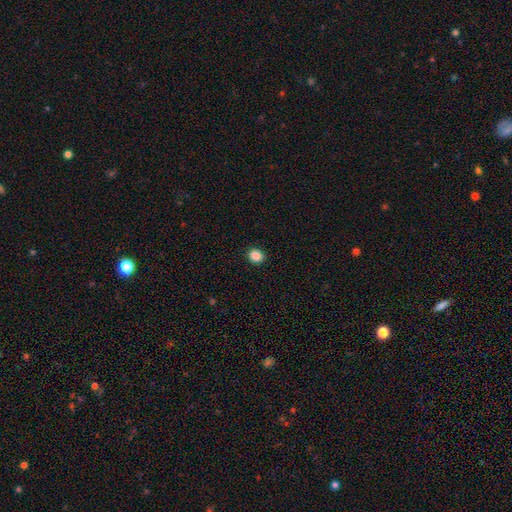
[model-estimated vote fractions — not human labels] smooth_or_featured: smooth (p=0.85) [alt: star or artifact p=0.11]
how_rounded: round (p=0.81) [alt: in between p=0.18]
merging: none (p=0.92) [alt: minor disturbance p=0.05]